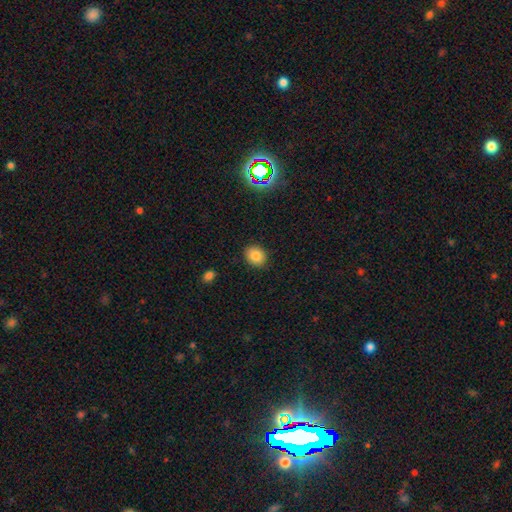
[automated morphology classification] Q: Smooth or featured?
A: smooth (84%); runner-up: star or artifact (10%)
Q: How rounded?
A: round (56%); runner-up: in between (43%)
Q: Merging?
A: none (89%); runner-up: minor disturbance (8%)